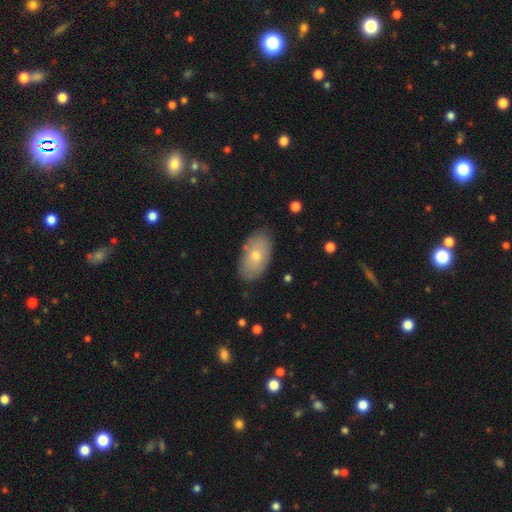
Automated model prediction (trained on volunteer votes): Smooth or featured?
  - smooth: 66% *
  - featured or disk: 27%
  - star or artifact: 7%
How rounded?
  - in between: 93% *
  - round: 5%
  - cigar-shaped: 2%
Merging?
  - none: 84% *
  - minor disturbance: 12%
  - major disturbance: 2%
  - merger: 1%